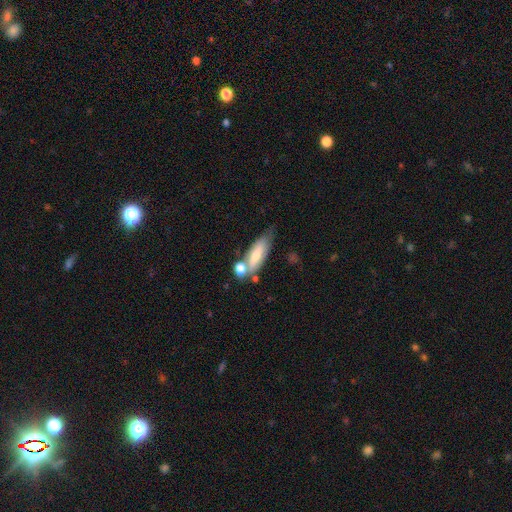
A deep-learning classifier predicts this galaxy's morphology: smooth-or-featured: smooth: 63% | featured or disk: 30% | star or artifact: 7%
  how-rounded: in between: 61% | cigar-shaped: 36% | round: 3%
  merging: none: 42% | merger: 28% | minor disturbance: 21% | major disturbance: 9%